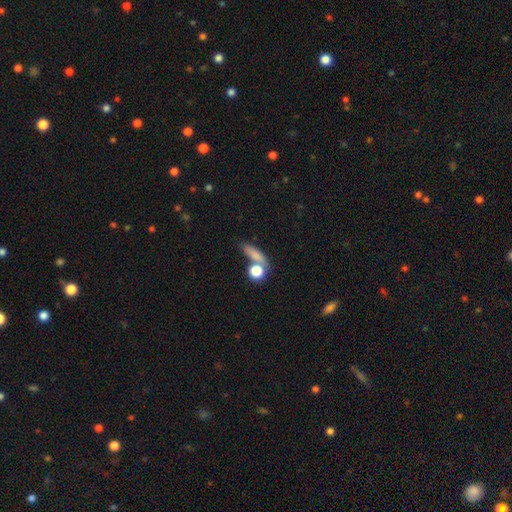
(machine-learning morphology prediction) smooth 76%, featured or disk 13%, star or artifact 11%. Down the decision tree: how rounded — cigar-shaped (36%); merging — none (54%).